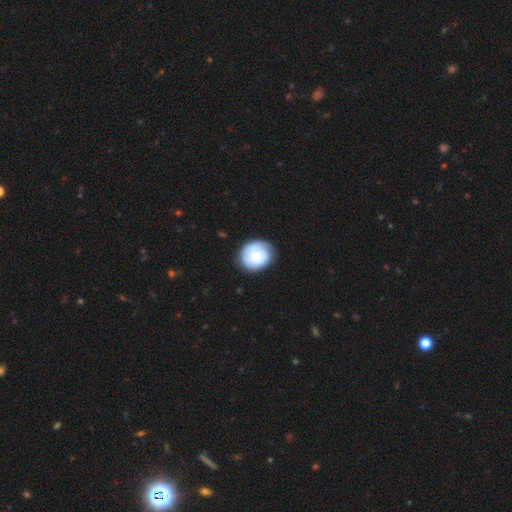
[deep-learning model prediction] Smooth or featured: smooth — 58% (featured or disk — 36%)
How rounded: round — 76% (in between — 23%)
Merging: none — 79% (minor disturbance — 16%)